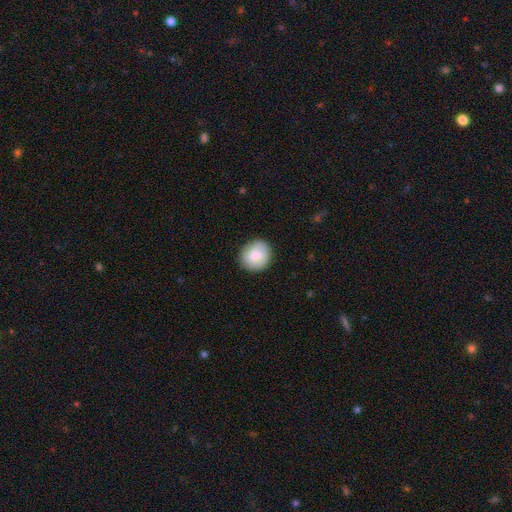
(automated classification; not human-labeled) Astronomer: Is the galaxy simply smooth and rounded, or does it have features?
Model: smooth — 82%.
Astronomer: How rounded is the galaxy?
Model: round — 81%.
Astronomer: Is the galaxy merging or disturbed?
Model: none — 86%.